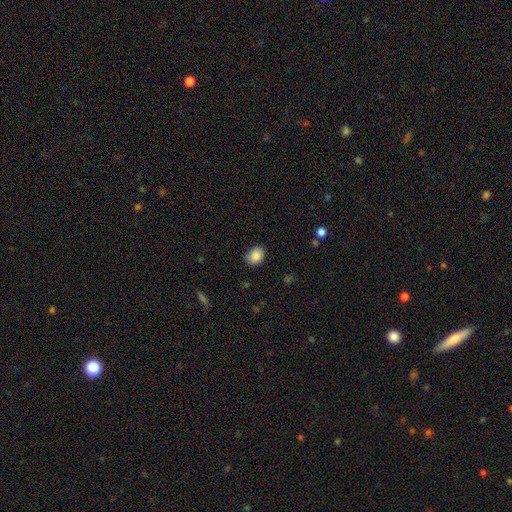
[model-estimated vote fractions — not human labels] This appears to be a smooth galaxy with no disk features (87%) that is in between round and cigar-shaped (62%). Merging: none (81%).